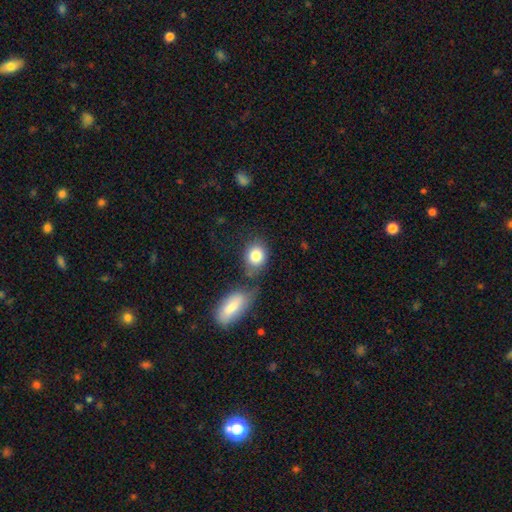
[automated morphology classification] The model was most divided on "how rounded": round: 54%, in between: 44%, cigar-shaped: 2%. More confident: smooth or featured — smooth (83%); merging — none (56%).